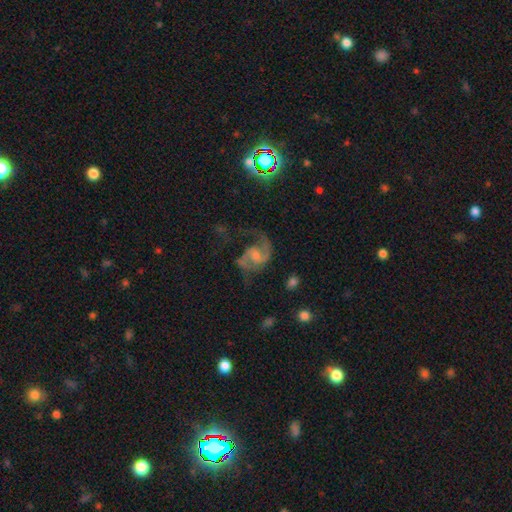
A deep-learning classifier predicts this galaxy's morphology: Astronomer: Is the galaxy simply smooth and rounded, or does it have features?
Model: featured or disk — 81%.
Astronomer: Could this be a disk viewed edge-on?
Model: no — 98%.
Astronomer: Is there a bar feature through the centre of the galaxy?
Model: no — 48% (runner-up: weak, 43%).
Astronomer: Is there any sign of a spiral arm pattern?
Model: yes — 93%.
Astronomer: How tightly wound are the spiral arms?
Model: medium — 48% (runner-up: loose, 39%).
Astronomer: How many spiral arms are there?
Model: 2 — 77%.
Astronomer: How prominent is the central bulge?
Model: moderate — 40% (runner-up: small, 33%).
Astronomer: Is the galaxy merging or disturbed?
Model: none — 45% (runner-up: major disturbance, 33%).